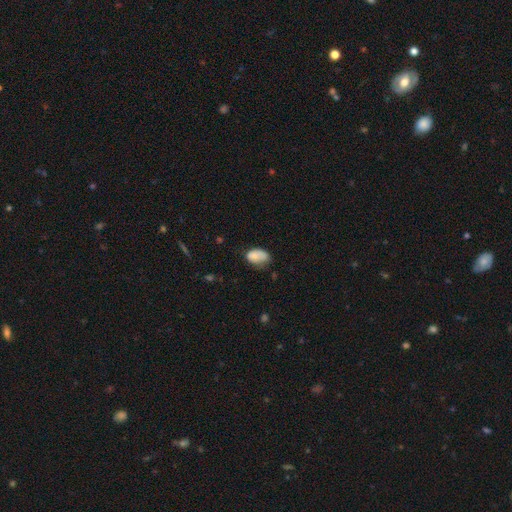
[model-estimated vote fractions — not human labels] smooth_or_featured: smooth (p=0.76) [alt: featured or disk p=0.16]
how_rounded: in between (p=0.88) [alt: round p=0.11]
merging: none (p=0.42) [alt: minor disturbance p=0.38]